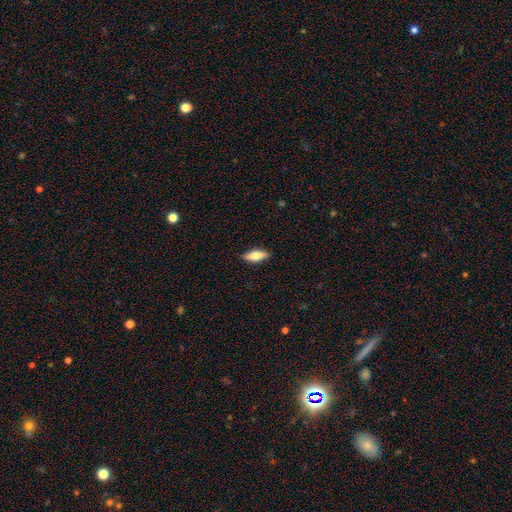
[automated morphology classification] The model was most divided on "smooth or featured": smooth: 65%, featured or disk: 29%, star or artifact: 6%. More confident: merging — none (88%); how rounded — in between (67%).